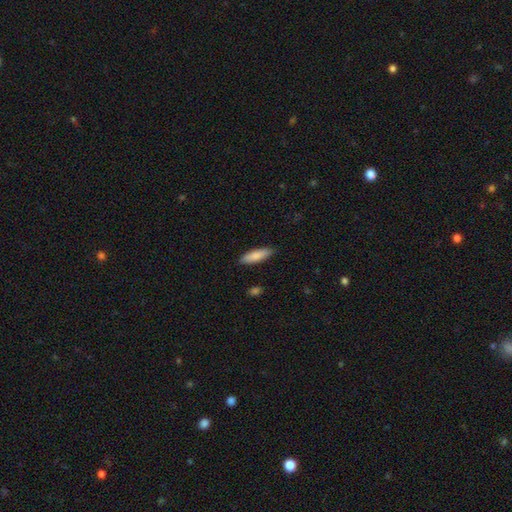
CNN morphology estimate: Smooth or featured? Predicted: smooth (p=0.83). How rounded? Predicted: cigar-shaped (p=0.59). Merging? Predicted: none (p=0.88).